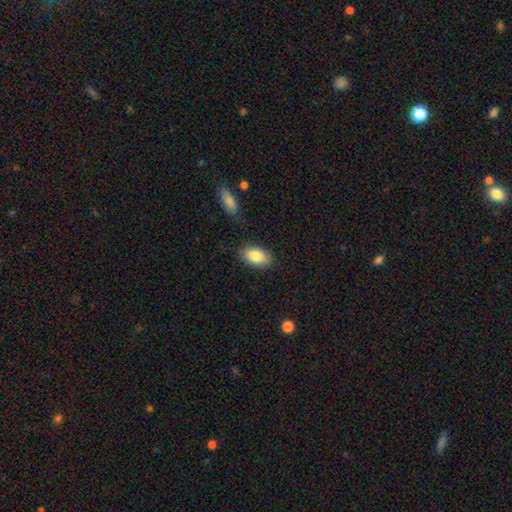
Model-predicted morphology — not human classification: A smooth galaxy with no disk features (85%) that is in between round and cigar-shaped (93%). Merging: none (83%).